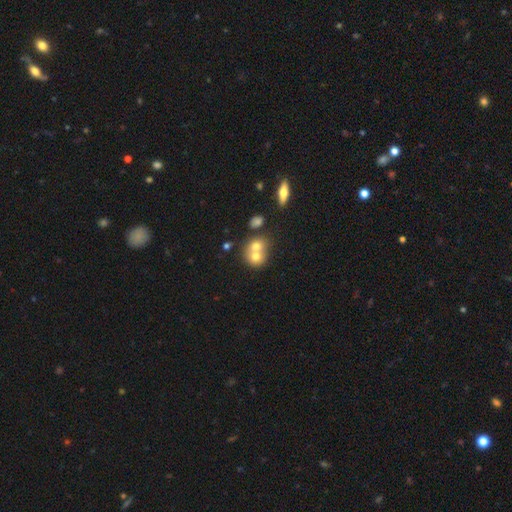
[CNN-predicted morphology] This appears to be a smooth galaxy with no disk features (67%) that is round (72%). Merging: merger (67%).